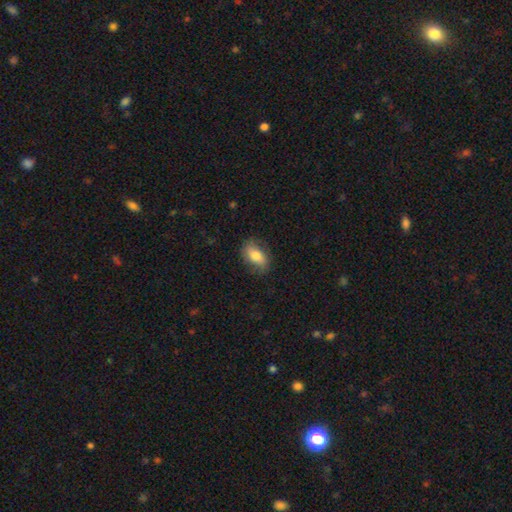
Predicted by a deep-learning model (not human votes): Overall: smooth (71%). How rounded: in between (86%). Merging: none (76%).